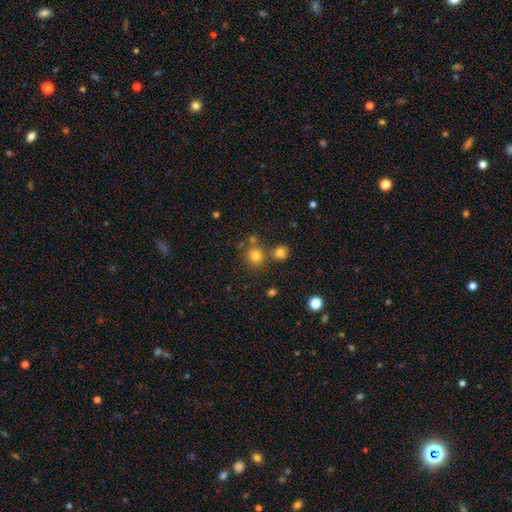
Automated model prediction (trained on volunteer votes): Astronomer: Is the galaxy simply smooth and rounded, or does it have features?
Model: smooth — 78%.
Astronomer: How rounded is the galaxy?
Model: round — 86%.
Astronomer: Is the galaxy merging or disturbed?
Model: none — 68%.